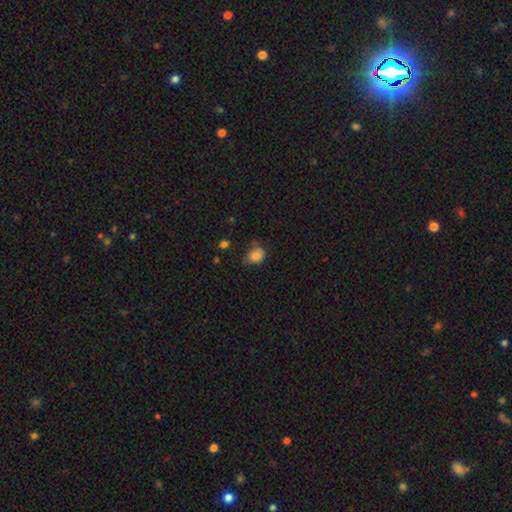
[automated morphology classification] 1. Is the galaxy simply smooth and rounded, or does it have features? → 81% smooth, 10% star or artifact, 9% featured or disk.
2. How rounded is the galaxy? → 54% in between, 45% round, 1% cigar-shaped.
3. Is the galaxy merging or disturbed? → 54% none, 32% minor disturbance, 10% major disturbance, 4% merger.